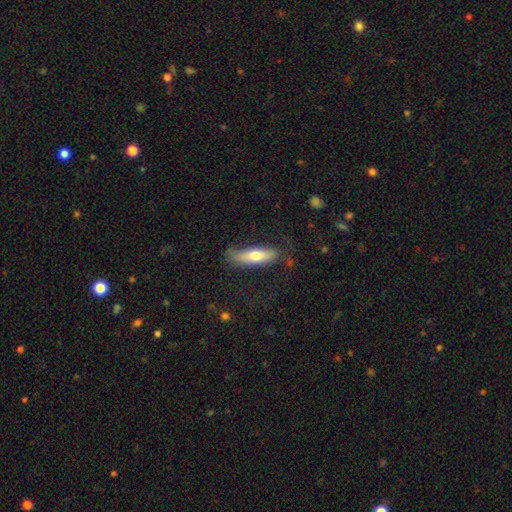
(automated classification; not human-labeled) Morphology: type=smooth (62%); roundness=cigar-shaped (57%); merging=none (65%).